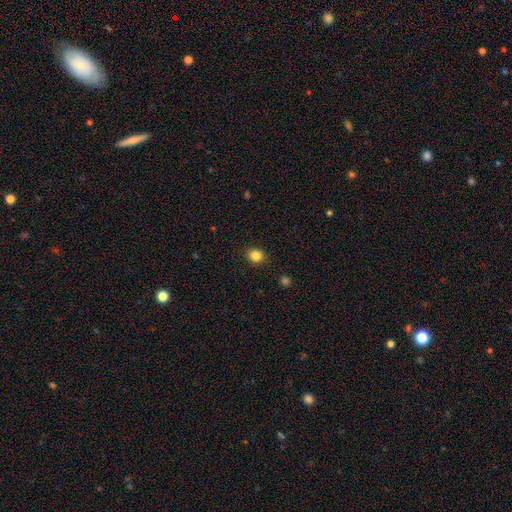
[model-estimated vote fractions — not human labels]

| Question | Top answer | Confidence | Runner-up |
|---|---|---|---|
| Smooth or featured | smooth | 84% | star or artifact (11%) |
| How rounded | round | 77% | in between (22%) |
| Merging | none | 91% | minor disturbance (6%) |